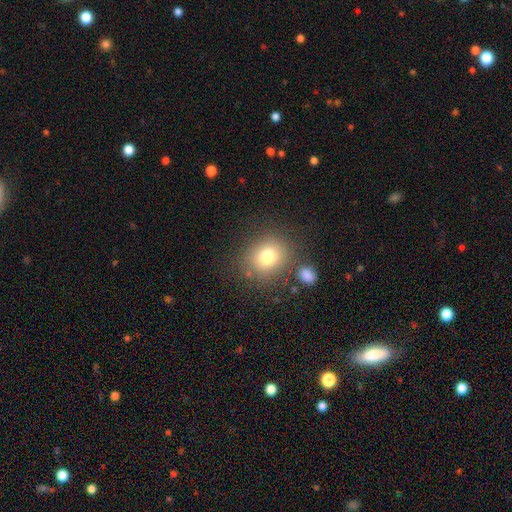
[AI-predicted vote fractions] smooth 73%, star or artifact 18%, featured or disk 9%. Down the decision tree: how rounded — round (79%); merging — none (81%).